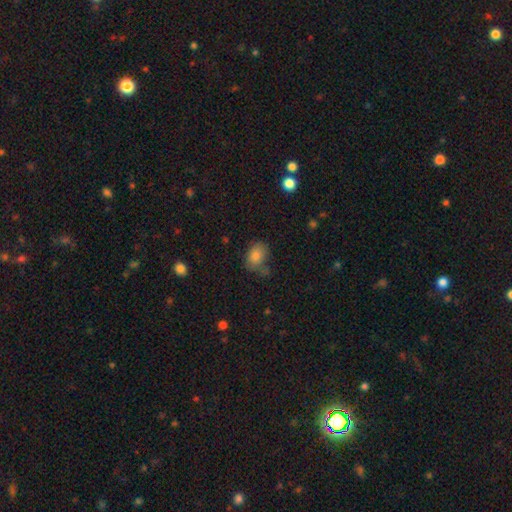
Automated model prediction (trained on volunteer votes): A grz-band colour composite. It shows a smooth galaxy with no disk features (82%) that is in between round and cigar-shaped (73%). Merging: none (63%).